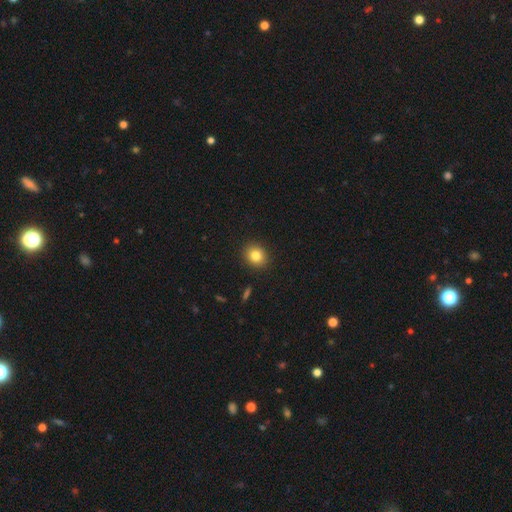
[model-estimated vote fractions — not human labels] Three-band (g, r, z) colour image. It shows a smooth galaxy with no disk features (83%) that is round (74%). Merging: none (91%).